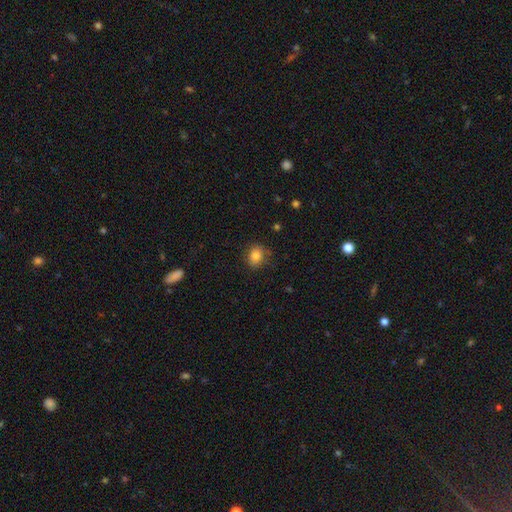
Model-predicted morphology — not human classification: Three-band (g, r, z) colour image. It shows a smooth galaxy with no disk features (82%) that is round (58%). Merging: none (81%).